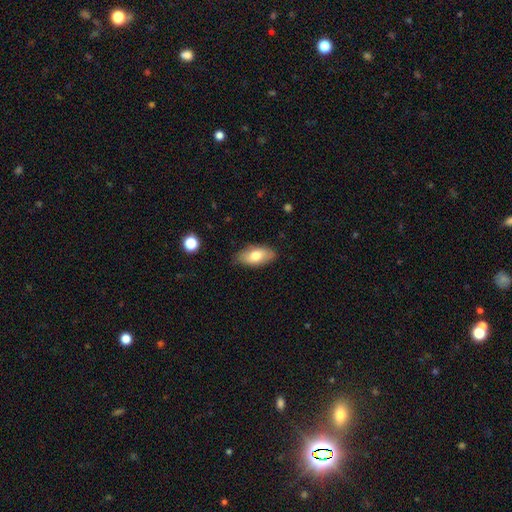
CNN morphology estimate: Smooth or featured: smooth — 75% (featured or disk — 19%)
How rounded: in between — 90% (cigar-shaped — 6%)
Merging: none — 80% (minor disturbance — 16%)